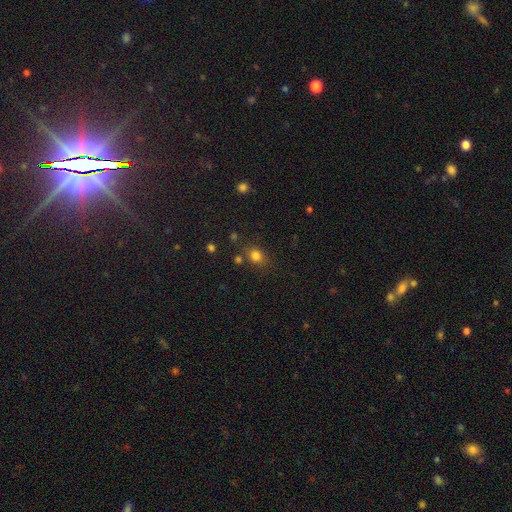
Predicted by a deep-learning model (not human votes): This appears to be a smooth galaxy with no disk features (79%) that is round (52%). Merging: none (74%).